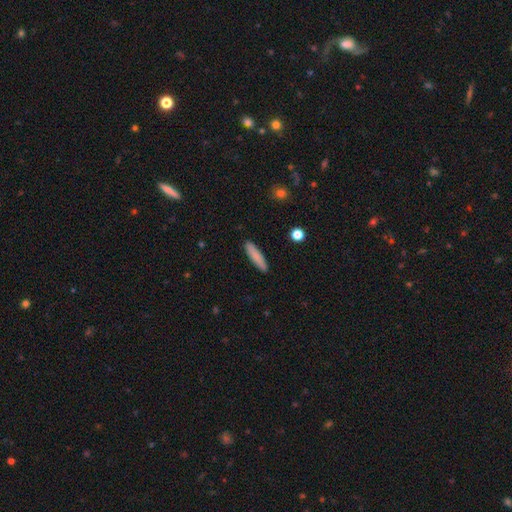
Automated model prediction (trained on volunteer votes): smooth 83%, featured or disk 11%, star or artifact 6%. Down the decision tree: how rounded — cigar-shaped (86%); merging — none (91%).